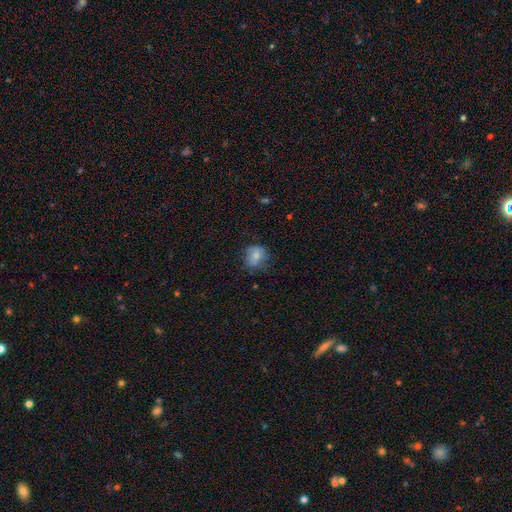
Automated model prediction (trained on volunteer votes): This is likely a smooth galaxy (72%). How rounded: likely round (65%). Merging: likely none (62%).